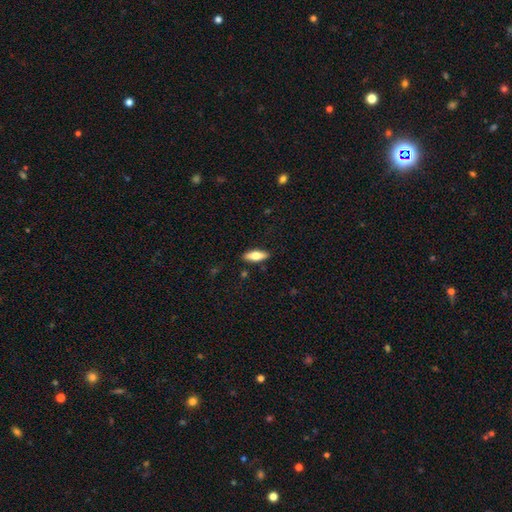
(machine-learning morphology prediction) This appears to be a smooth galaxy with no disk features (66%) that is in between round and cigar-shaped (63%). Merging: none (88%).